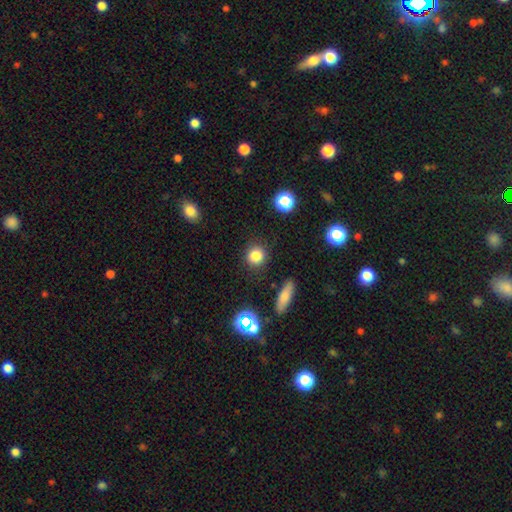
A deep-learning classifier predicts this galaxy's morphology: A smooth galaxy with no disk features (81%) that is round (87%).

Vote fractions:
- Smooth or featured? smooth: 81% / star or artifact: 13% / featured or disk: 6%
- How rounded? round: 87% / in between: 12% / cigar-shaped: 2%
- Merging? none: 87% / minor disturbance: 8% / major disturbance: 3% / merger: 2%